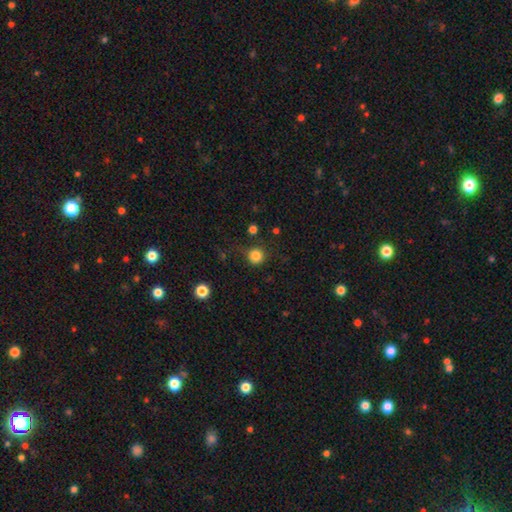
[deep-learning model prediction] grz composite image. It shows a smooth galaxy with no disk features (83%) that is round (94%). Merging: none (82%).